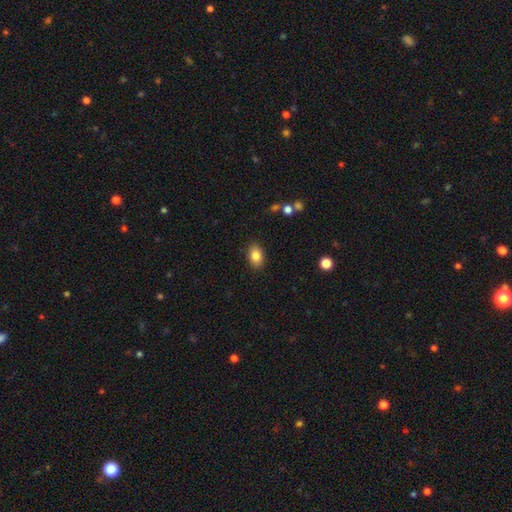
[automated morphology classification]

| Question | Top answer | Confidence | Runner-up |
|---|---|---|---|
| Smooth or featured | smooth | 84% | star or artifact (9%) |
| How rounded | in between | 85% | round (14%) |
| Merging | none | 87% | minor disturbance (9%) |